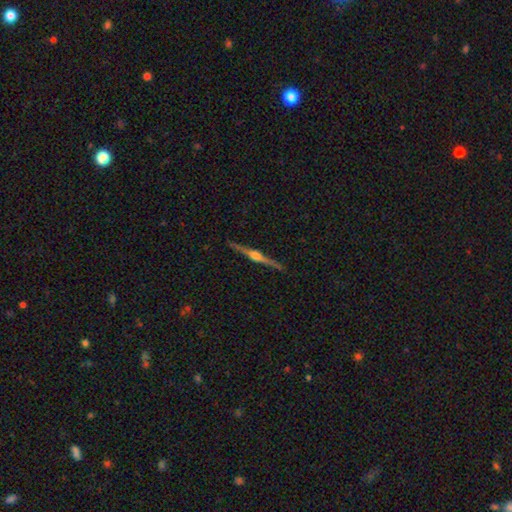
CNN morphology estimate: This appears to be a featured or disk galaxy (85%) viewed edge-on (99%) with a rounded central bulge (92%). Merging: none (91%).